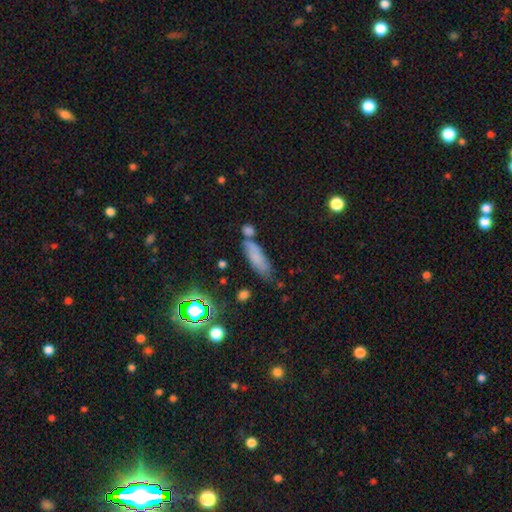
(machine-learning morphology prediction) smooth_or_featured: smooth (p=0.73) [alt: featured or disk p=0.14]
how_rounded: cigar-shaped (p=0.50) [alt: in between p=0.47]
merging: none (p=0.57) [alt: minor disturbance p=0.20]